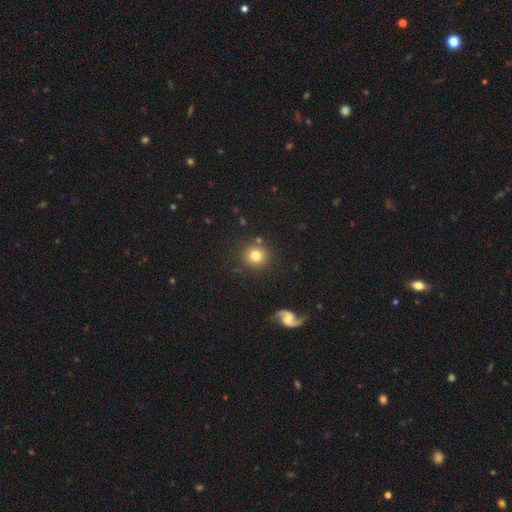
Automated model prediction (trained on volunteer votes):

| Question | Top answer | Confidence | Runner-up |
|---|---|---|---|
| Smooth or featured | smooth | 77% | featured or disk (12%) |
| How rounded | round | 92% | in between (7%) |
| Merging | none | 85% | minor disturbance (8%) |